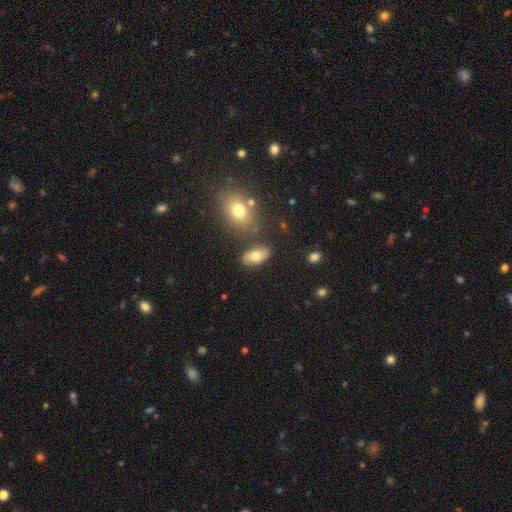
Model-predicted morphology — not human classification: Smooth or featured: smooth — 69% (featured or disk — 21%)
How rounded: in between — 90% (round — 6%)
Merging: none — 76% (minor disturbance — 14%)